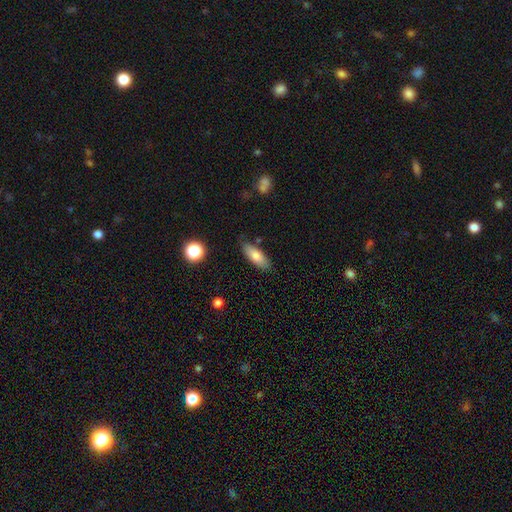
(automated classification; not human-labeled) smooth_or_featured: smooth (p=0.77) [alt: featured or disk p=0.16]
how_rounded: in between (p=0.70) [alt: cigar-shaped p=0.27]
merging: none (p=0.83) [alt: minor disturbance p=0.12]